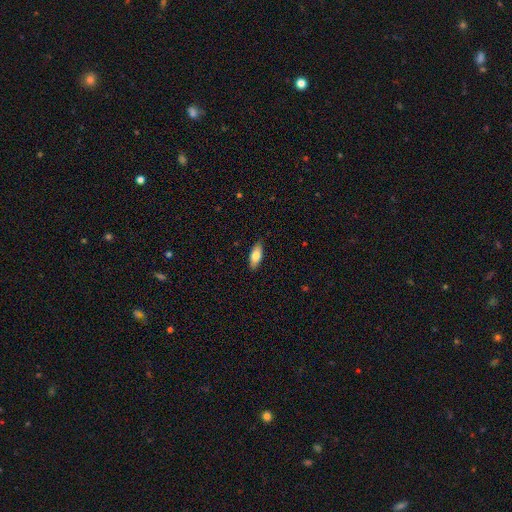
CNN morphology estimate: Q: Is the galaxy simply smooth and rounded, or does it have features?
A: smooth — 78%.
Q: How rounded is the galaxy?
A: in between — 79%.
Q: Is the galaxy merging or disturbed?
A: none — 87%.